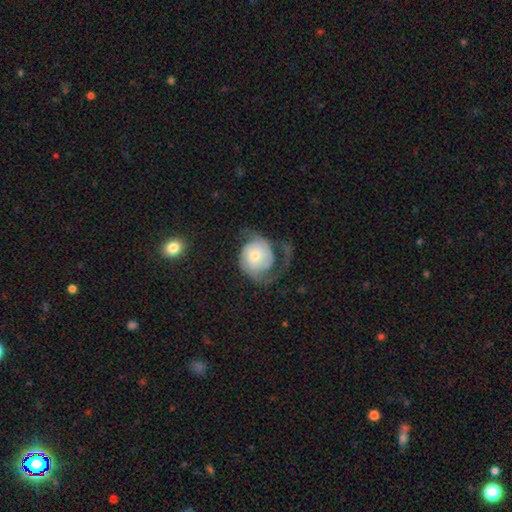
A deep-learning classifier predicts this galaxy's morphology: smooth-or-featured: featured or disk: 62% | smooth: 32% | star or artifact: 6%
  disk-edge-on: no: 97% | yes: 3%
    bar: no: 77% | weak: 18% | strong: 4%
    has-spiral-arms: yes: 83% | no: 17%
      spiral-winding: loose: 37% | medium: 36% | tight: 26%
      spiral-arm-count: 2: 57% | 1: 20% | can't tell: 14% | 3: 6% | 4: 2% | more than 4: 2%
    bulge-size: small: 57% | moderate: 31% | large: 7% | dominant: 3% | none: 3%
  merging: major disturbance: 41% | none: 37% | minor disturbance: 19% | merger: 3%